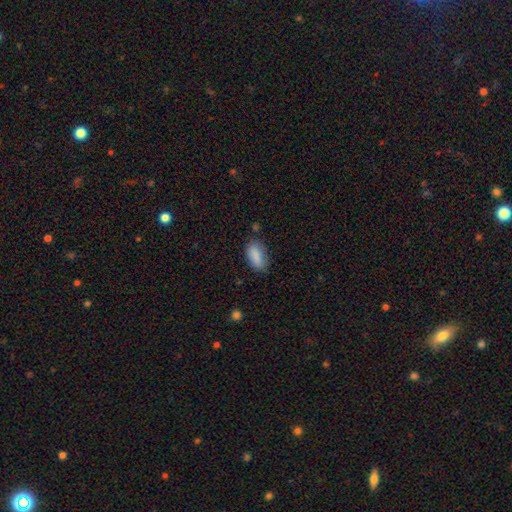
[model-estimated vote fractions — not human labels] Smooth or featured: smooth — 88% (star or artifact — 7%)
How rounded: in between — 90% (cigar-shaped — 7%)
Merging: none — 78% (minor disturbance — 17%)